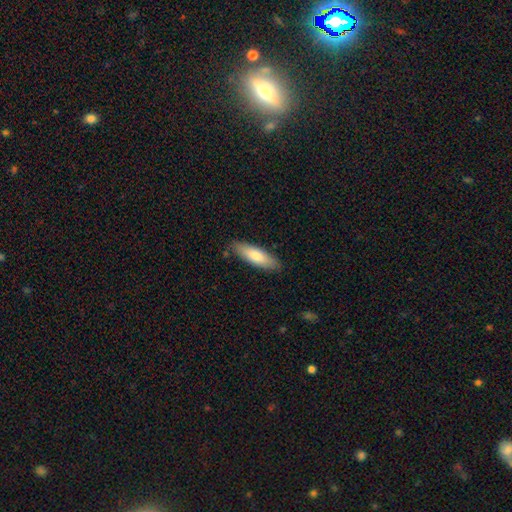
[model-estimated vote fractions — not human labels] Smooth or featured? Predicted: smooth (p=0.74). How rounded? Predicted: cigar-shaped (p=0.55). Merging? Predicted: none (p=0.85).